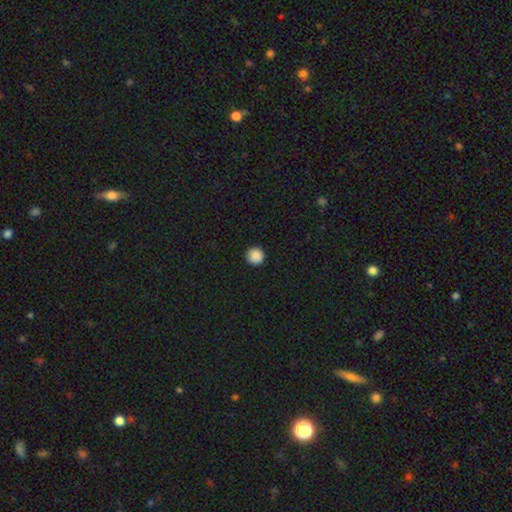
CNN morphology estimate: Smooth or featured? Predicted: smooth (p=0.88). How rounded? Predicted: round (p=0.96). Merging? Predicted: none (p=0.93).